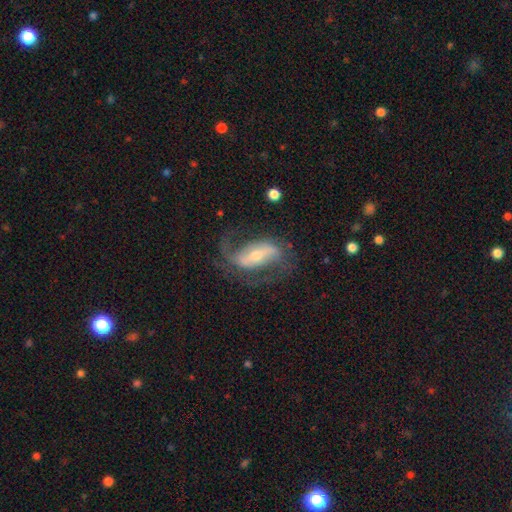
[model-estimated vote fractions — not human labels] A featured or disk galaxy (83%) with a strong bar (52%), 2 (85%) loose (45%) spiral arms (92%) and a small central bulge (47%).

Vote fractions:
- Smooth or featured? featured or disk: 83% / smooth: 11% / star or artifact: 6%
- Edge-on disk? no: 94% / yes: 6%
- Bar? strong: 52% / weak: 32% / no: 16%
- Spiral arms? yes: 92% / no: 8%
- Spiral winding? loose: 45% / medium: 42% / tight: 13%
- Spiral arm count? 2: 85% / 1: 6% / can't tell: 5% / 3: 2% / 4: 1% / more than 4: 1%
- Bulge size? small: 47% / moderate: 46% / large: 4% / none: 2% / dominant: 1%
- Merging? none: 64% / minor disturbance: 17% / major disturbance: 17% / merger: 2%